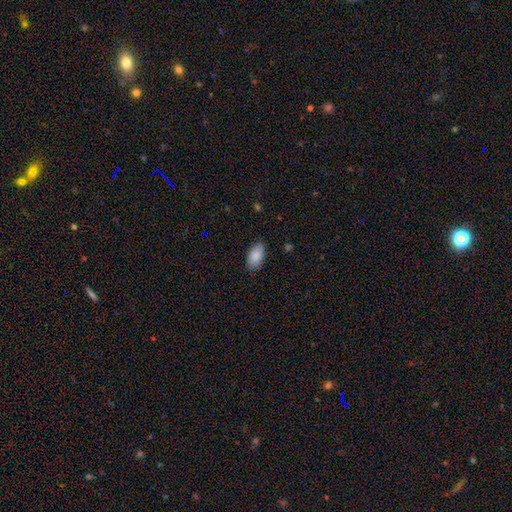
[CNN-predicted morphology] This appears to be a smooth galaxy with no disk features (88%) that is in between round and cigar-shaped (94%). Merging: none (81%).